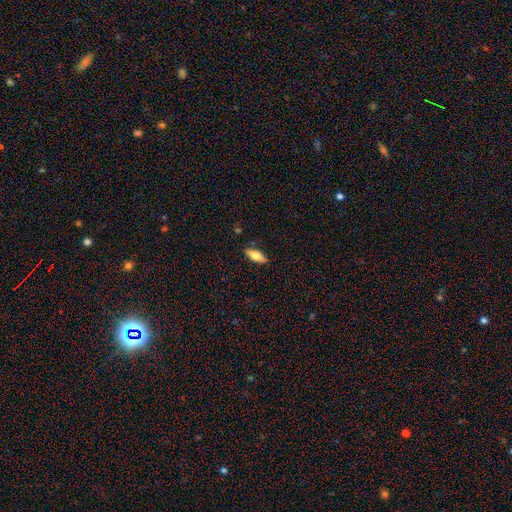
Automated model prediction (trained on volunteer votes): Smooth or featured: smooth — 65% (featured or disk — 28%)
How rounded: in between — 70% (cigar-shaped — 27%)
Merging: none — 87% (minor disturbance — 9%)